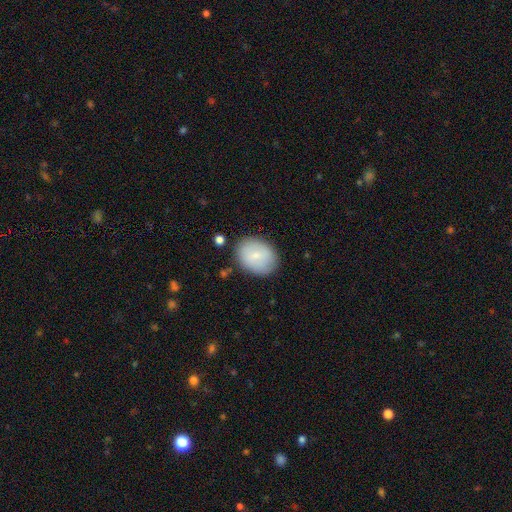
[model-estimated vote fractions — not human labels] The model was most divided on "how rounded": in between: 62%, round: 37%, cigar-shaped: 1%. More confident: merging — none (81%); smooth or featured — smooth (75%).